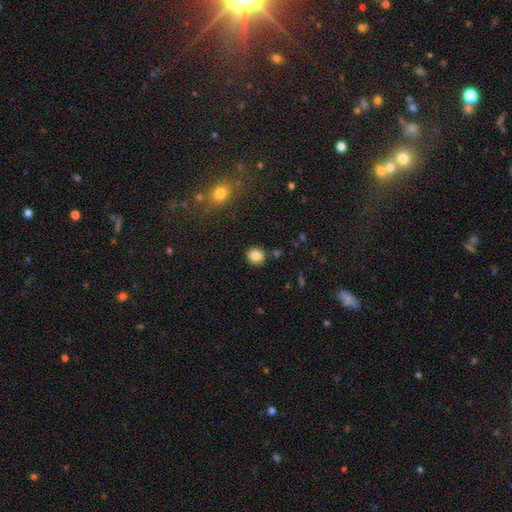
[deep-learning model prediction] Q: Smooth or featured?
A: smooth (84%); runner-up: star or artifact (10%)
Q: How rounded?
A: round (84%); runner-up: in between (15%)
Q: Merging?
A: none (86%); runner-up: minor disturbance (8%)